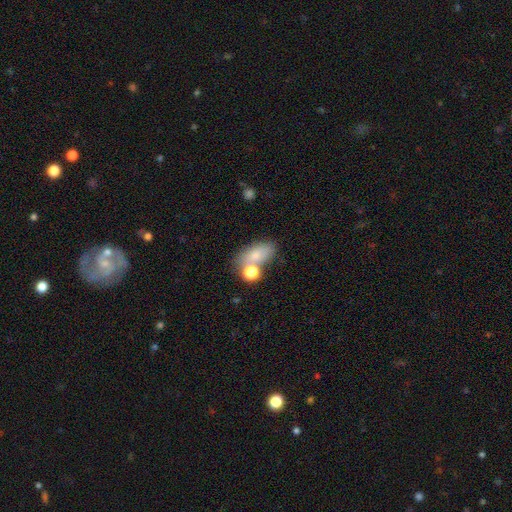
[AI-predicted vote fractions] This is likely a smooth galaxy (74%). How rounded: clearly in between (82%). Merging: possibly none (51%).